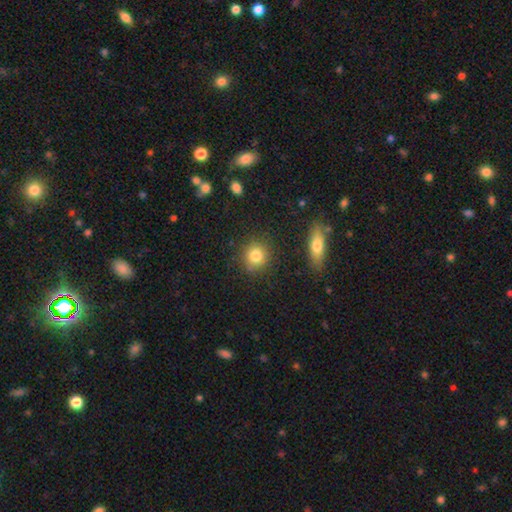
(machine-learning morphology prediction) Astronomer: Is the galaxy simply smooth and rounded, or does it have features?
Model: smooth — 82%.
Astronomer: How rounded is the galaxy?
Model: round — 86%.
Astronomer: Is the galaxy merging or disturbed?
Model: none — 86%.